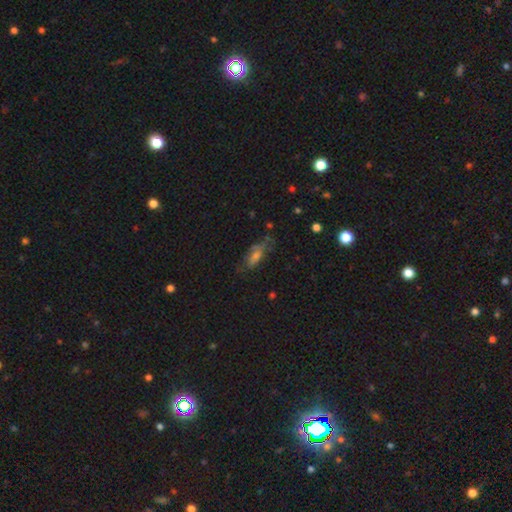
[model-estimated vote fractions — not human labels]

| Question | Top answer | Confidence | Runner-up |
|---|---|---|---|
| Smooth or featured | smooth | 46% | featured or disk (36%) |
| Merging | none | 57% | minor disturbance (26%) |